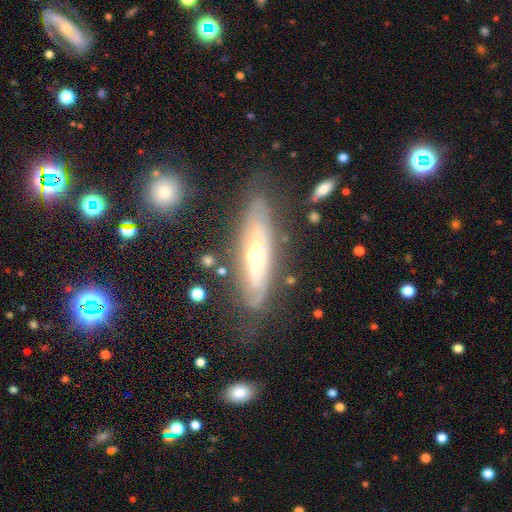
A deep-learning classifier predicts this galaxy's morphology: A featured or disk galaxy (71%).

Vote fractions:
- Smooth or featured? featured or disk: 71% / smooth: 23% / star or artifact: 6%
- Edge-on disk? no: 59% / yes: 41%
- Merging? none: 70% / minor disturbance: 19% / major disturbance: 8% / merger: 3%